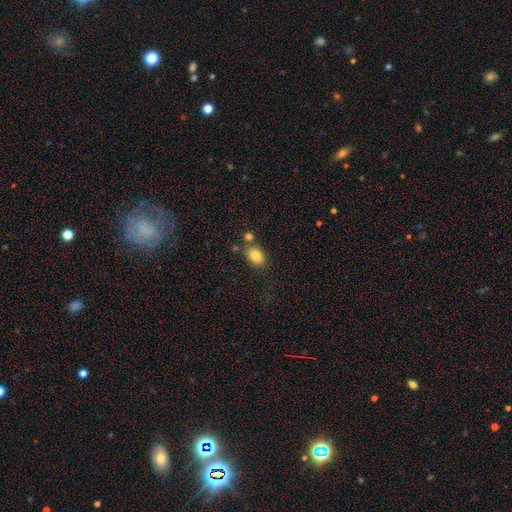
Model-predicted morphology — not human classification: Smooth or featured? smooth (82%)
How rounded? in between (78%)
Merging? none (71%)